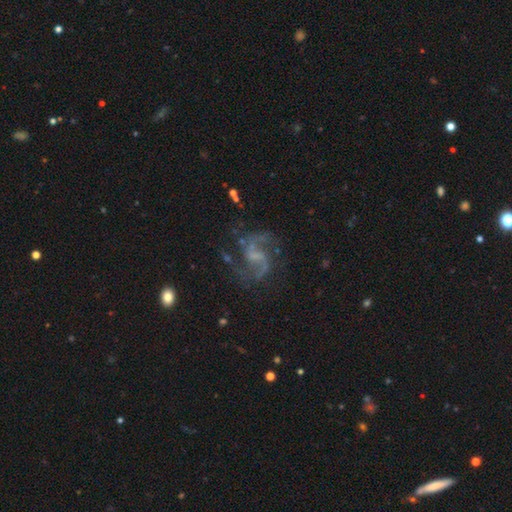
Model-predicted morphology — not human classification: smooth_or_featured: featured or disk (p=0.87) [alt: star or artifact p=0.08]
disk_edge_on: no (p=0.98) [alt: yes p=0.02]
bar: weak (p=0.49) [alt: no p=0.32]
has_spiral_arms: yes (p=0.96) [alt: no p=0.04]
spiral_winding: medium (p=0.50) [alt: loose p=0.41]
spiral_arm_count: 2 (p=0.89) [alt: can't tell p=0.03]
bulge_size: none (p=0.53) [alt: small p=0.28]
merging: none (p=0.67) [alt: minor disturbance p=0.16]